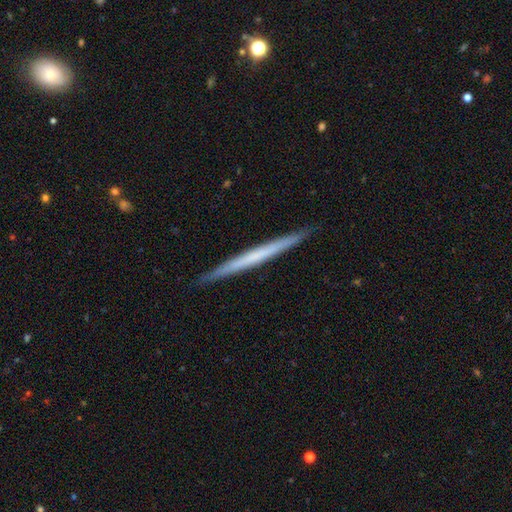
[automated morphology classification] type=featured or disk (52%); edge-on=yes (98%); edge-on bulge=none (89%); merging=none (92%).